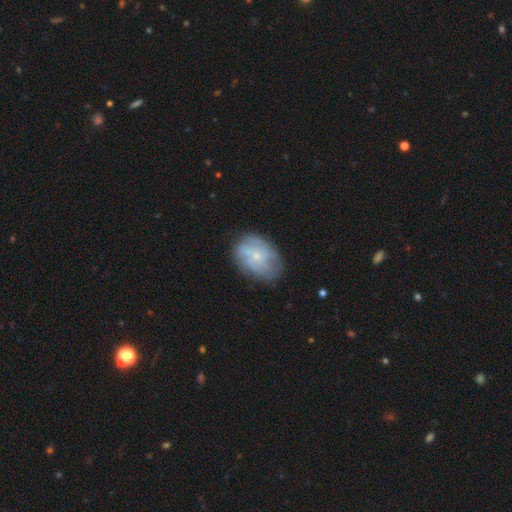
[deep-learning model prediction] Smooth or featured? featured or disk (48%)
Merging? none (69%)